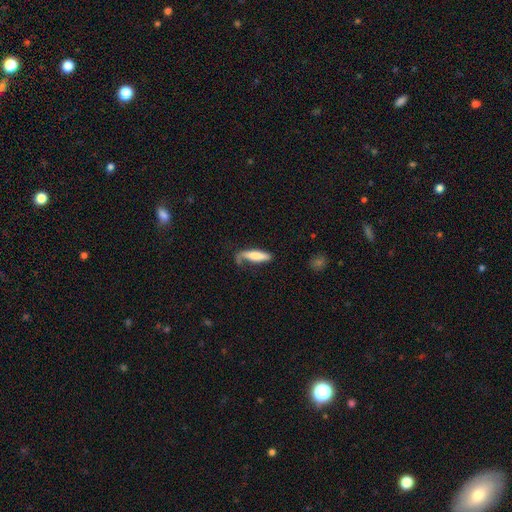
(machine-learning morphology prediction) Smooth or featured? Predicted: smooth (p=0.73). How rounded? Predicted: cigar-shaped (p=0.71). Merging? Predicted: none (p=0.47).